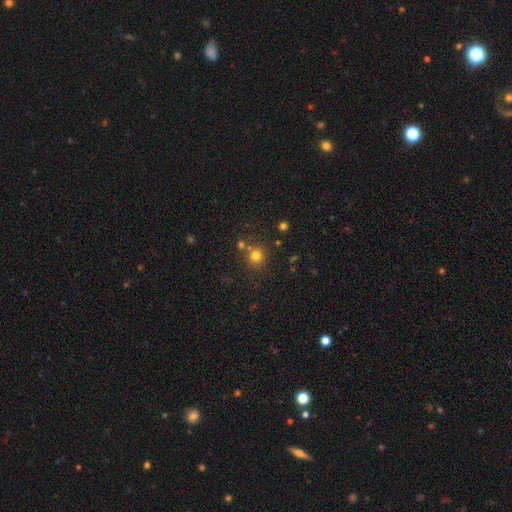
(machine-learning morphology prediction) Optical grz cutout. It shows a smooth galaxy with no disk features (76%) that is round (91%). Merging: none (74%).